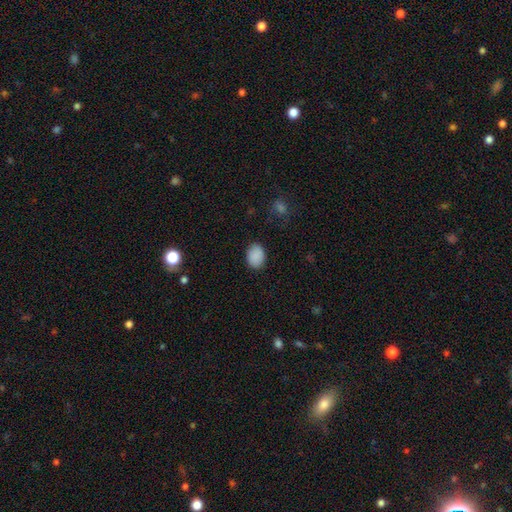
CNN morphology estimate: This appears to be a smooth galaxy with no disk features (89%) that is in between round and cigar-shaped (71%). Merging: none (86%).